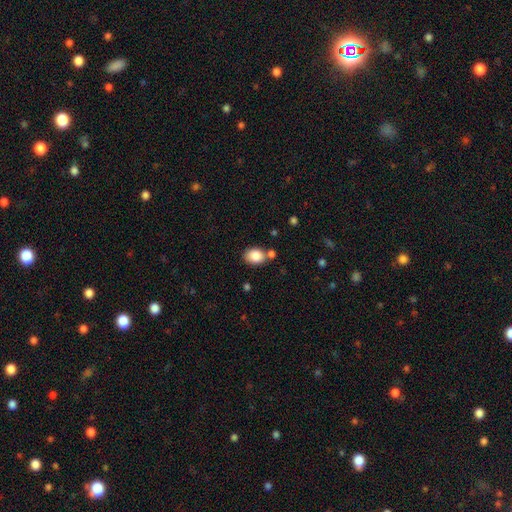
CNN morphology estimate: Overall: smooth (85%). How rounded: in between (66%; round 33%). Merging: none (68%).